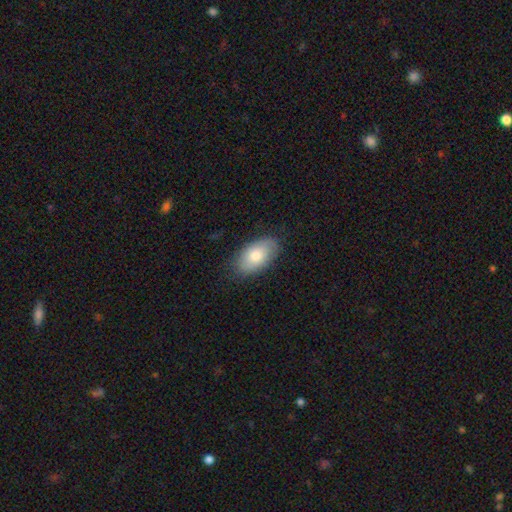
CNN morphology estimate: Smooth or featured?
  - smooth: 76% *
  - featured or disk: 17%
  - star or artifact: 6%
How rounded?
  - in between: 94% *
  - round: 4%
  - cigar-shaped: 2%
Merging?
  - none: 82% *
  - minor disturbance: 14%
  - major disturbance: 3%
  - merger: 1%